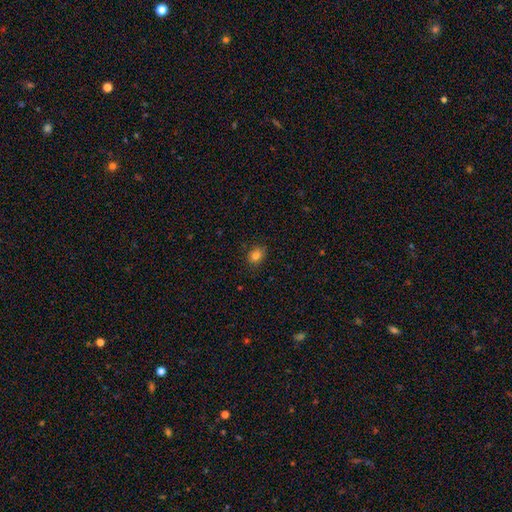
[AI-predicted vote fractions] A smooth galaxy with no disk features (81%) that is round (54%).

Vote fractions:
- Smooth or featured? smooth: 81% / star or artifact: 13% / featured or disk: 6%
- How rounded? round: 54% / in between: 45% / cigar-shaped: 1%
- Merging? none: 81% / minor disturbance: 15% / major disturbance: 3% / merger: 1%